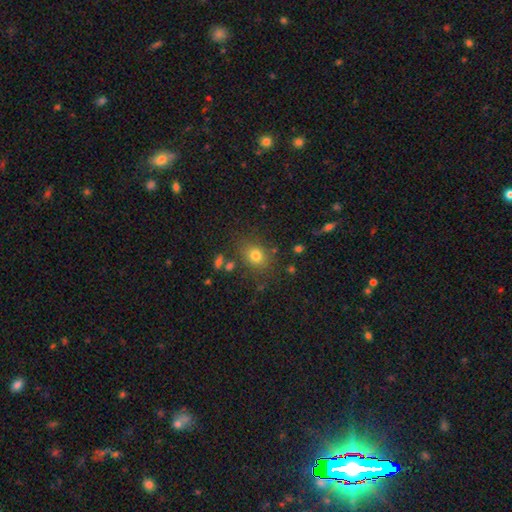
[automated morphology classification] Smooth or featured? Predicted: smooth (p=0.76). How rounded? Predicted: round (p=0.62). Merging? Predicted: none (p=0.79).